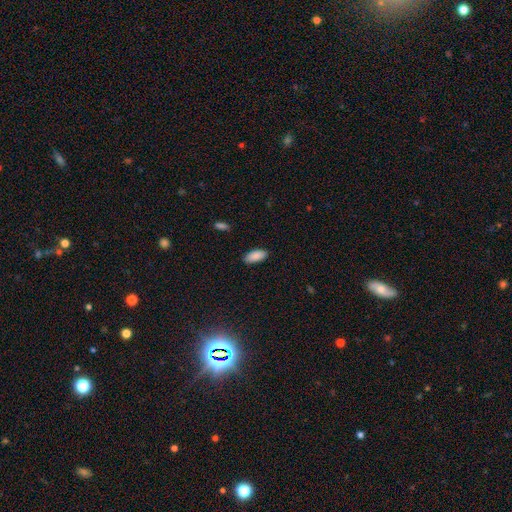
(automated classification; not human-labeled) smooth 89%, star or artifact 6%, featured or disk 4%. Down the decision tree: how rounded — in between (89%); merging — none (87%).